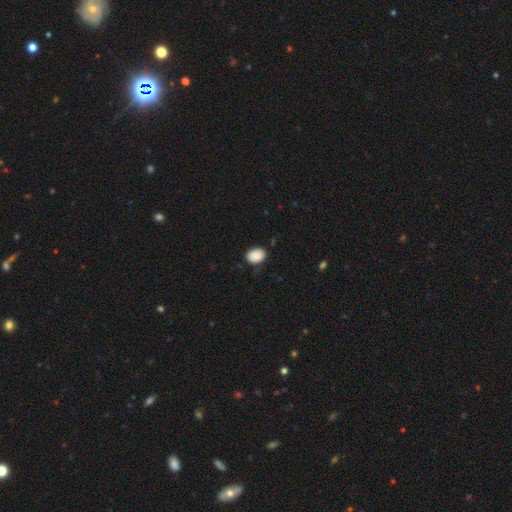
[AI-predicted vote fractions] Q: Smooth or featured?
A: smooth (89%); runner-up: star or artifact (7%)
Q: How rounded?
A: in between (74%); runner-up: round (25%)
Q: Merging?
A: none (80%); runner-up: minor disturbance (16%)